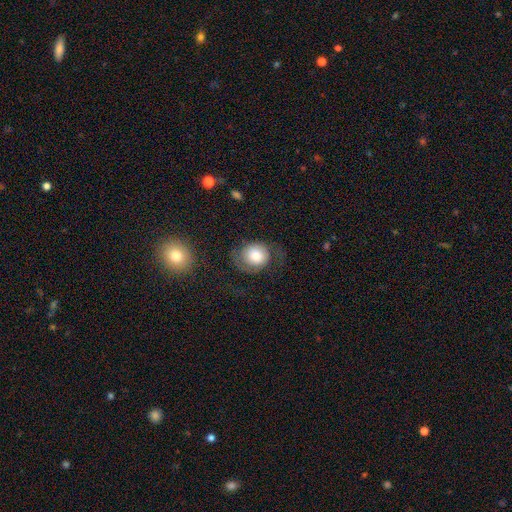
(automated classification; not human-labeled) smooth_or_featured: smooth (p=0.60) [alt: featured or disk p=0.31]
how_rounded: round (p=0.74) [alt: in between p=0.26]
merging: none (p=0.56) [alt: major disturbance p=0.22]